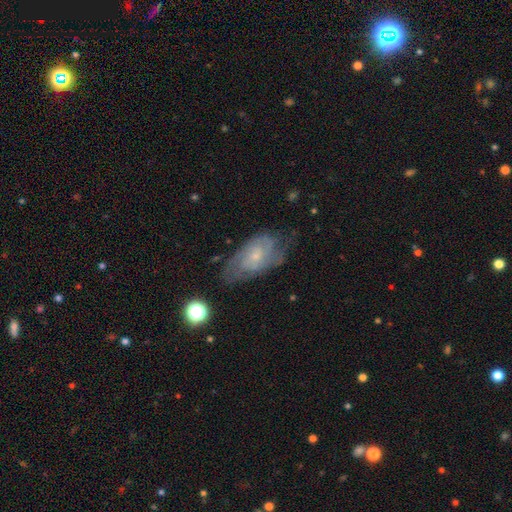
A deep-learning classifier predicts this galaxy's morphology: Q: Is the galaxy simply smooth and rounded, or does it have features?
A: featured or disk — 73%.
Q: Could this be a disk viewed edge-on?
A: no — 95%.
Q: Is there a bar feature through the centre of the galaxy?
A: no — 68%.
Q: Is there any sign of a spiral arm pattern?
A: yes — 89%.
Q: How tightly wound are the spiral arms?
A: tight — 49%.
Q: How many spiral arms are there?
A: can't tell — 39%.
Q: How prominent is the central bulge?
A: small — 70%.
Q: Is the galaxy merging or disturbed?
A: none — 61%.